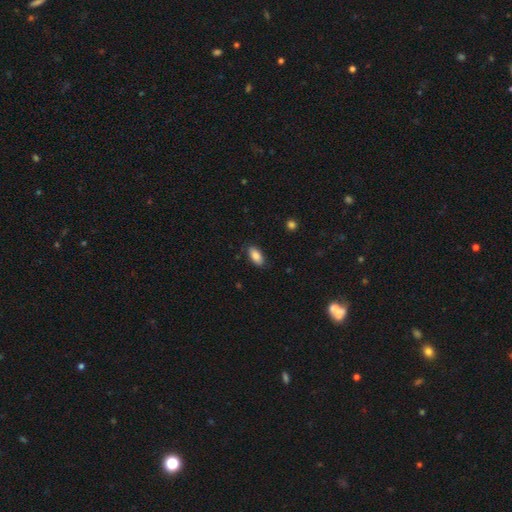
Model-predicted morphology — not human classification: A smooth galaxy with no disk features (86%) that is in between round and cigar-shaped (91%). Merging: none (85%).